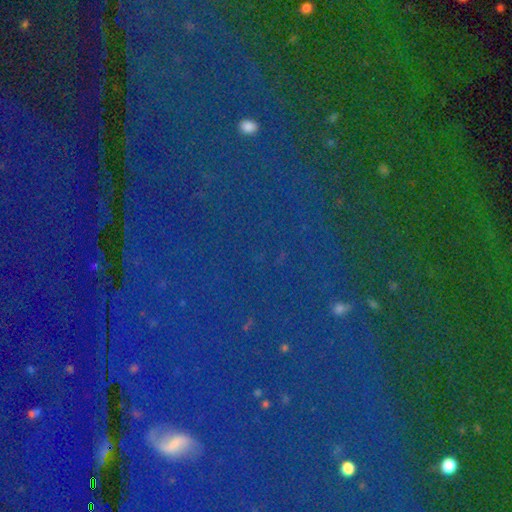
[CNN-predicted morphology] Smooth or featured: star or artifact — 82% (smooth — 10%)